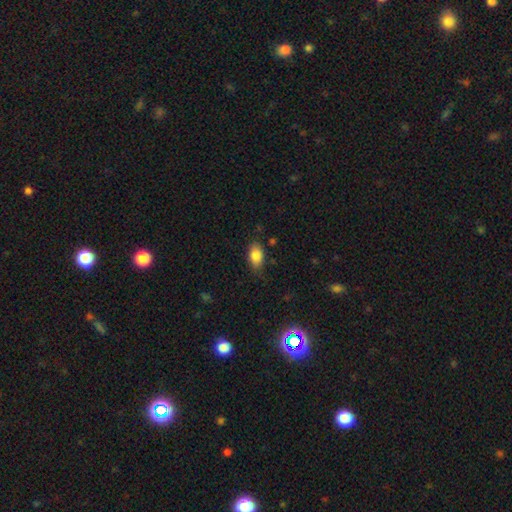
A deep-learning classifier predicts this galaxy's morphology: smooth_or_featured: smooth (p=0.85) [alt: star or artifact p=0.08]
how_rounded: in between (p=0.89) [alt: round p=0.08]
merging: none (p=0.78) [alt: minor disturbance p=0.17]